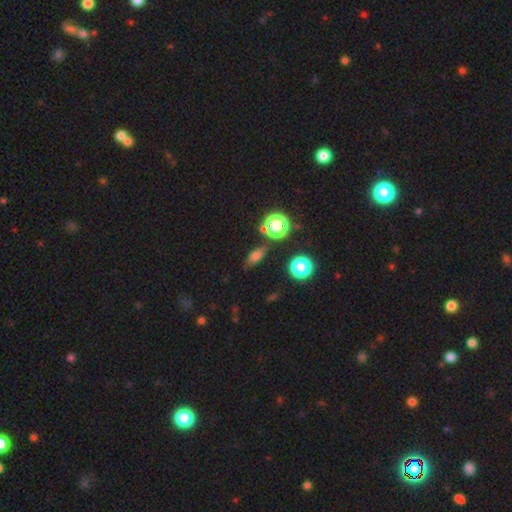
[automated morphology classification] Smooth or featured?
  - smooth: 63% *
  - star or artifact: 24%
  - featured or disk: 13%
How rounded?
  - in between: 59% *
  - round: 22%
  - cigar-shaped: 20%
Merging?
  - none: 78% *
  - minor disturbance: 14%
  - merger: 5%
  - major disturbance: 4%